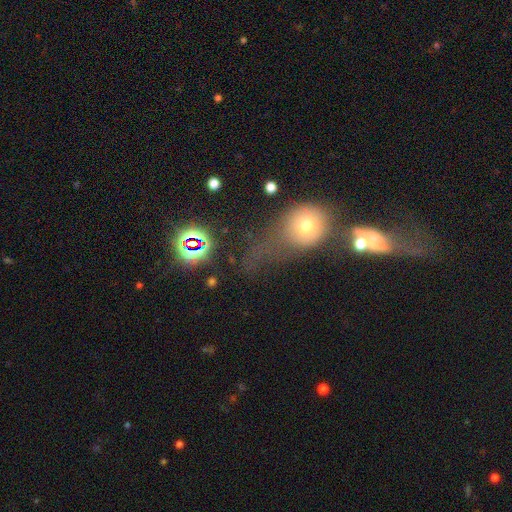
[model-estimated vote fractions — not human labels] smooth 46%, star or artifact 29%, featured or disk 25%. Down the decision tree: merging — merger (34%).